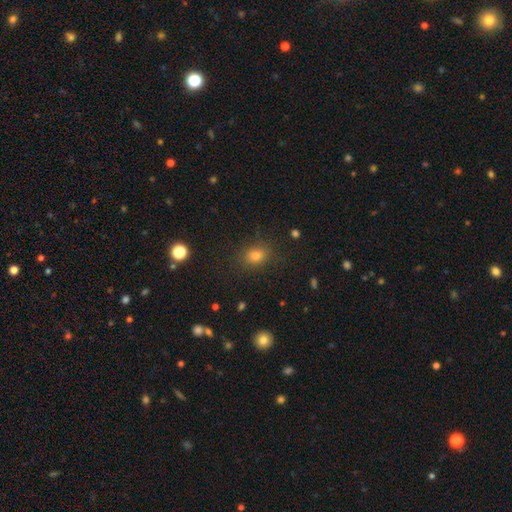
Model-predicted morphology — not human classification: Smooth or featured? smooth (75%)
How rounded? round (55%)
Merging? none (85%)